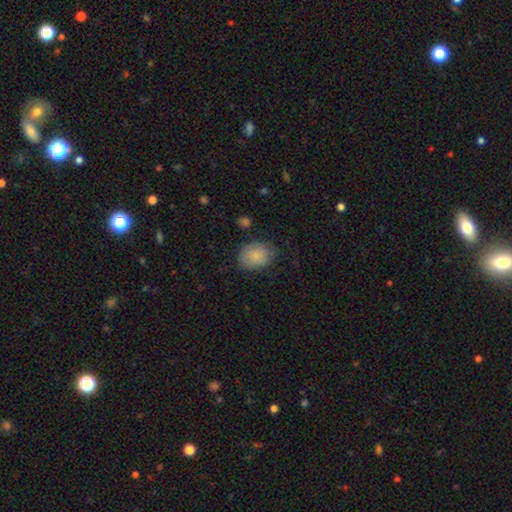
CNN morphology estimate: Q: Smooth or featured?
A: smooth (84%); runner-up: featured or disk (9%)
Q: How rounded?
A: in between (61%); runner-up: round (38%)
Q: Merging?
A: none (68%); runner-up: minor disturbance (24%)